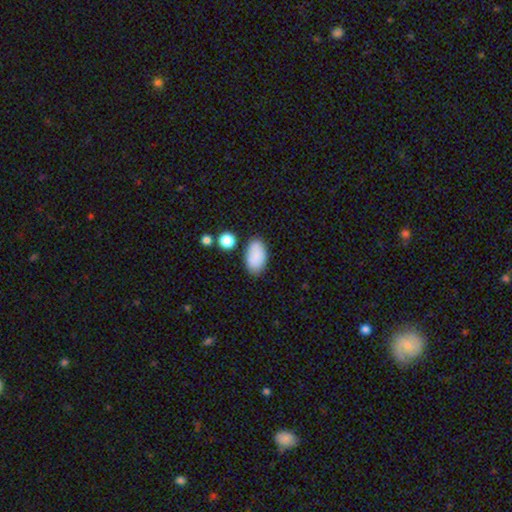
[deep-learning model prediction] Q: Smooth or featured?
A: smooth (88%); runner-up: star or artifact (7%)
Q: How rounded?
A: in between (94%); runner-up: round (4%)
Q: Merging?
A: none (79%); runner-up: minor disturbance (13%)